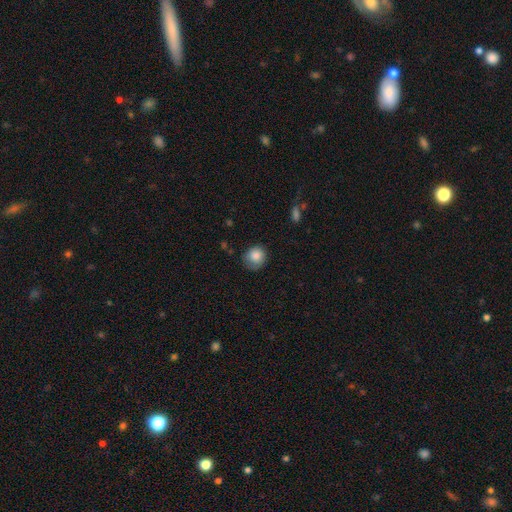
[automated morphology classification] Smooth or featured? smooth (84%)
How rounded? round (84%)
Merging? none (66%)